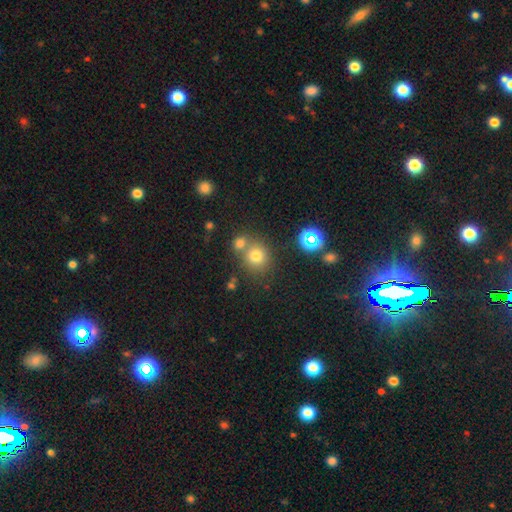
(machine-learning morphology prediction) Q: Smooth or featured?
A: smooth (72%); runner-up: star or artifact (18%)
Q: How rounded?
A: round (82%); runner-up: in between (17%)
Q: Merging?
A: none (58%); runner-up: merger (30%)